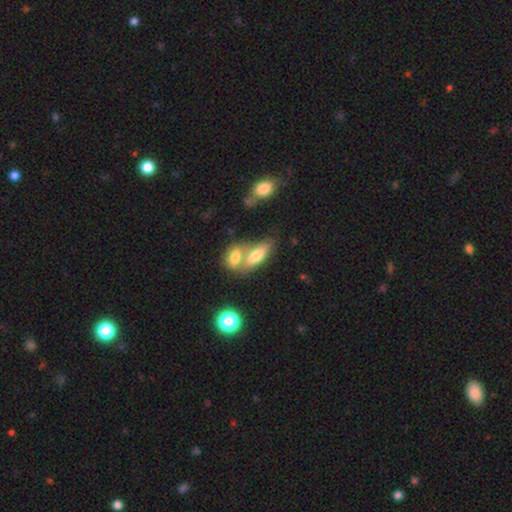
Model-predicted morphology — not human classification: Smooth or featured: smooth — 70% (featured or disk — 21%)
How rounded: in between — 72% (cigar-shaped — 23%)
Merging: merger — 54% (none — 33%)